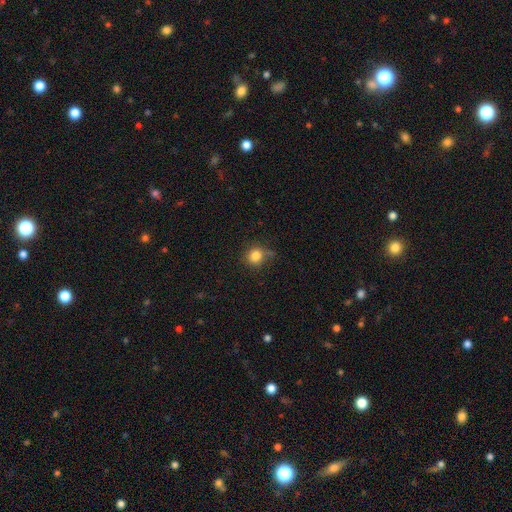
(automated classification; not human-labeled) This is clearly a smooth galaxy (83%). How rounded: clearly round (85%). Merging: likely none (70%).